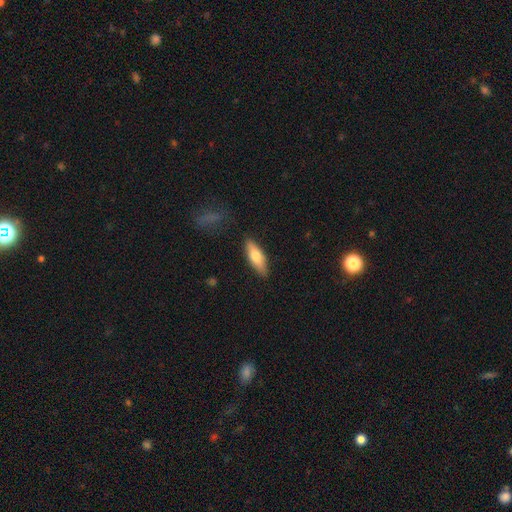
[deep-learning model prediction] This is likely a smooth galaxy (67%). How rounded: possibly in between (54%). Merging: clearly none (85%).